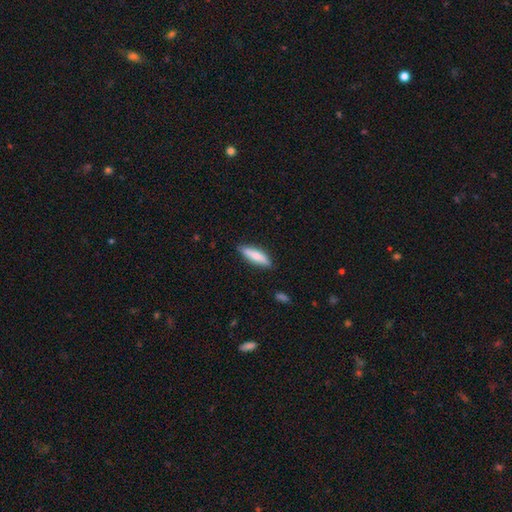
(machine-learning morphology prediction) Overall: smooth (76%). How rounded: cigar-shaped (66%; in between 32%). Merging: none (85%).